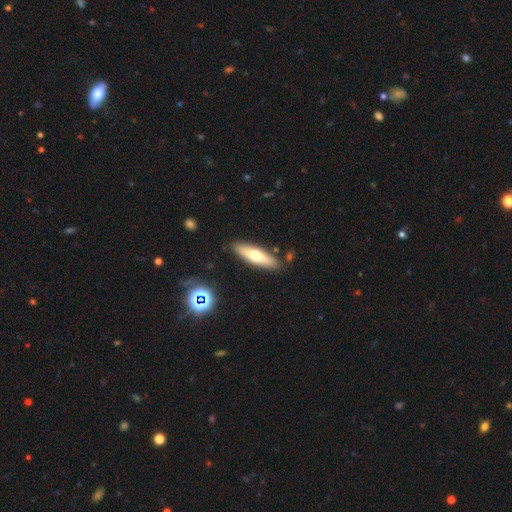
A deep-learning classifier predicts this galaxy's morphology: Smooth or featured? smooth (57%)
How rounded? cigar-shaped (63%)
Merging? none (87%)